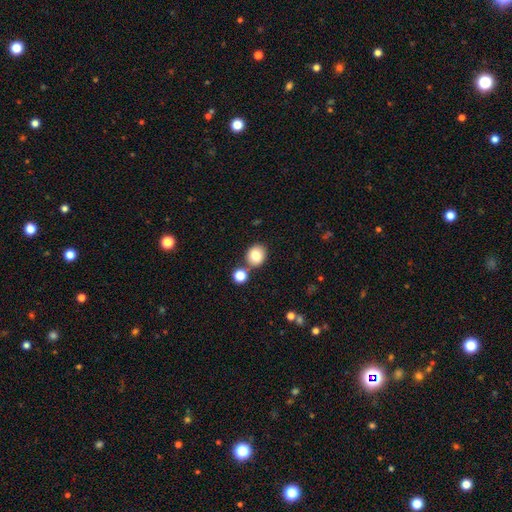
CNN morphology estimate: smooth 81%, star or artifact 11%, featured or disk 9%. Down the decision tree: how rounded — round (76%); merging — none (74%).